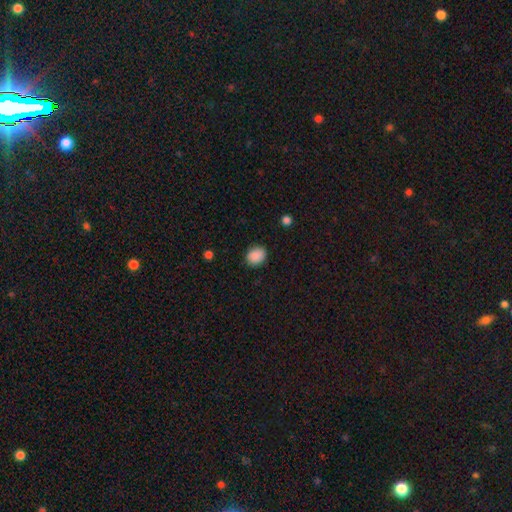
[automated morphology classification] smooth 88%, star or artifact 8%, featured or disk 4%. Down the decision tree: how rounded — round (58%); merging — none (83%).